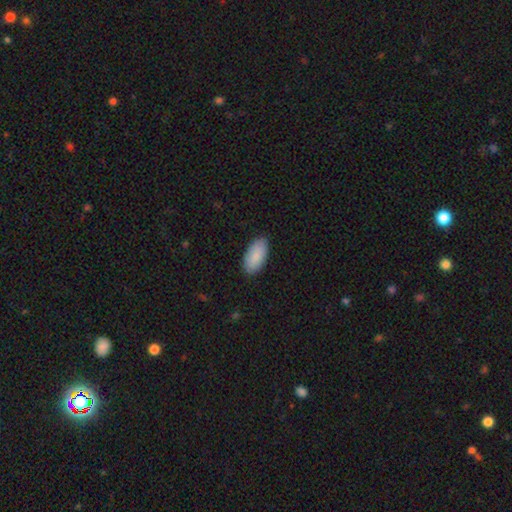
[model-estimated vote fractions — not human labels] Smooth or featured?
  - smooth: 90% *
  - star or artifact: 5%
  - featured or disk: 5%
How rounded?
  - in between: 94% *
  - cigar-shaped: 4%
  - round: 2%
Merging?
  - none: 88% *
  - minor disturbance: 9%
  - major disturbance: 2%
  - merger: 1%